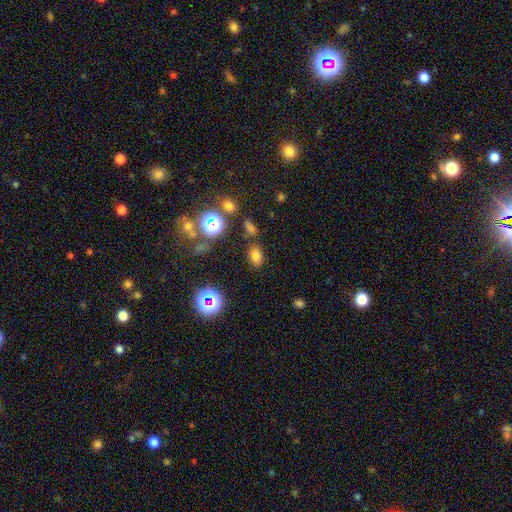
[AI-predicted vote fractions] Morphology: type=smooth (71%); roundness=in between (81%); merging=none (80%).